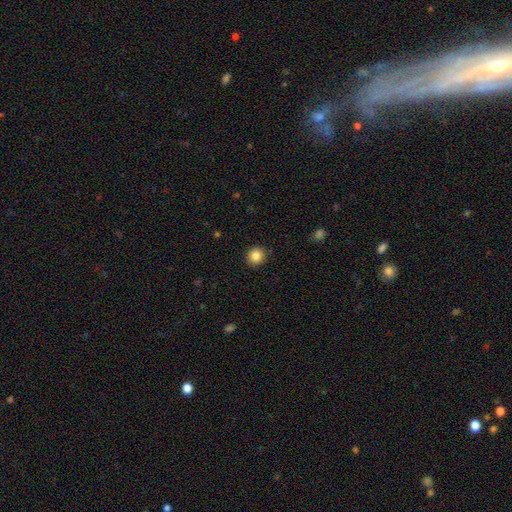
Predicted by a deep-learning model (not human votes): smooth 85%, star or artifact 10%, featured or disk 5%. Down the decision tree: how rounded — round (91%); merging — none (91%).